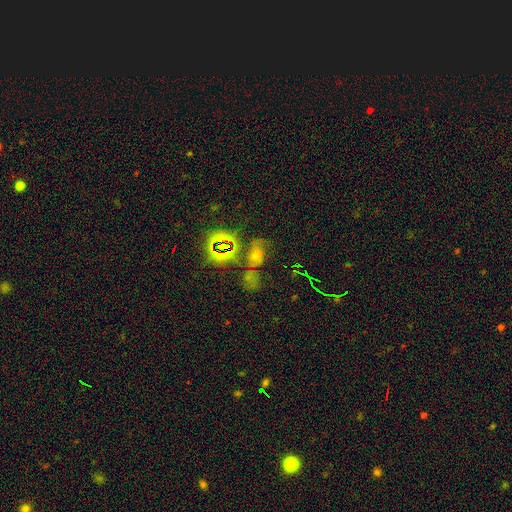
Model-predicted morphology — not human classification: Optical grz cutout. It shows a star or artifact, not a galaxy (48%).